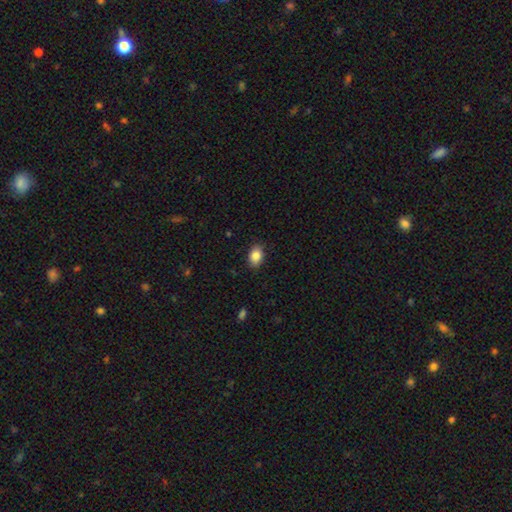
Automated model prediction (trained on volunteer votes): Smooth or featured?
  - smooth: 86% *
  - star or artifact: 8%
  - featured or disk: 6%
How rounded?
  - in between: 80% *
  - round: 19%
  - cigar-shaped: 1%
Merging?
  - none: 86% *
  - minor disturbance: 11%
  - major disturbance: 2%
  - merger: 1%